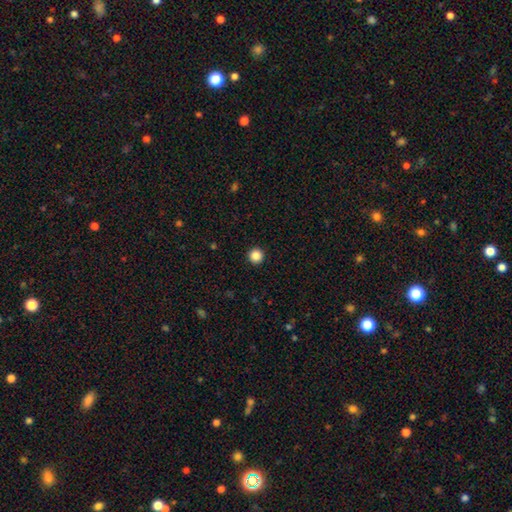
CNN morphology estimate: This is clearly a smooth galaxy (87%). How rounded: clearly round (96%). Merging: clearly none (94%).